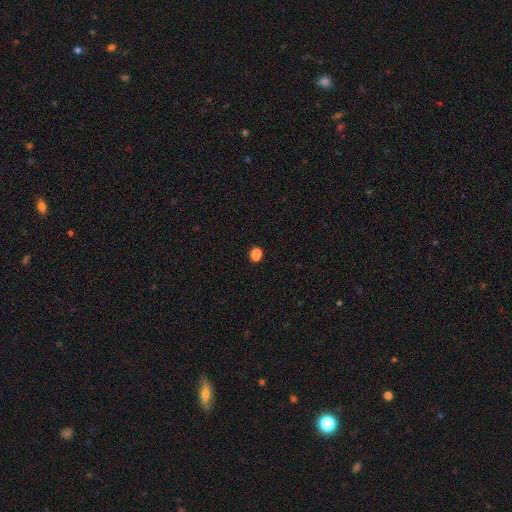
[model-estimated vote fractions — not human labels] Q: Smooth or featured?
A: smooth (76%); runner-up: star or artifact (21%)
Q: How rounded?
A: round (52%); runner-up: in between (46%)
Q: Merging?
A: none (83%); runner-up: minor disturbance (9%)